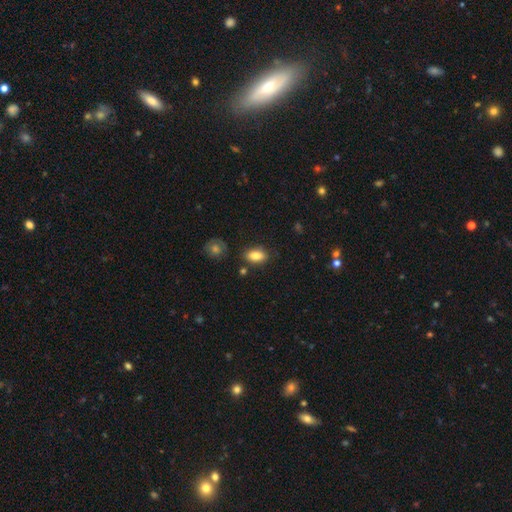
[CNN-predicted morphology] This is clearly a smooth galaxy (84%). How rounded: clearly in between (88%). Merging: likely none (80%).